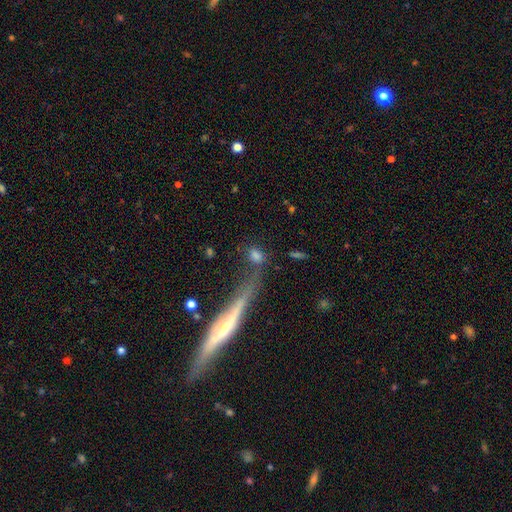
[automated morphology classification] Q: Smooth or featured?
A: smooth (68%); runner-up: featured or disk (18%)
Q: How rounded?
A: in between (58%); runner-up: round (22%)
Q: Merging?
A: none (54%); runner-up: merger (18%)